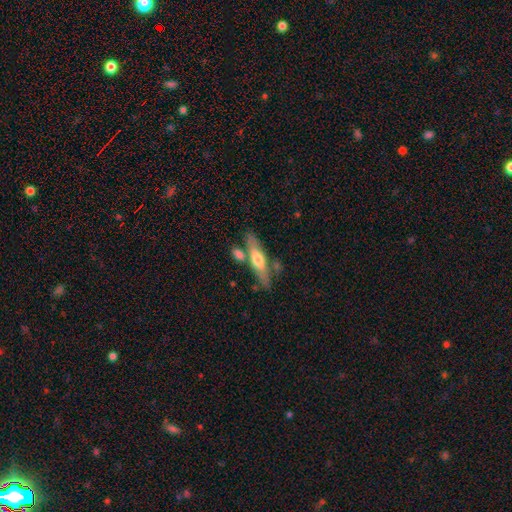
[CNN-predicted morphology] The model was most divided on "smooth or featured": featured or disk: 60%, smooth: 34%, star or artifact: 7%. More confident: edge-on bulge — rounded (88%); edge-on disk — yes (86%); merging — none (70%).